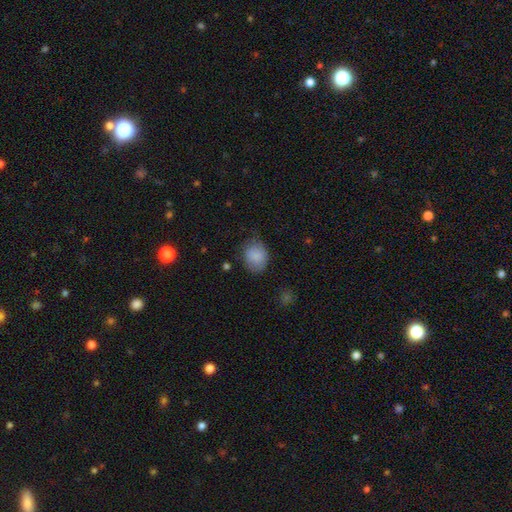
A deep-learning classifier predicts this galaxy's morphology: type=smooth (86%); roundness=in between (51%); merging=none (65%).